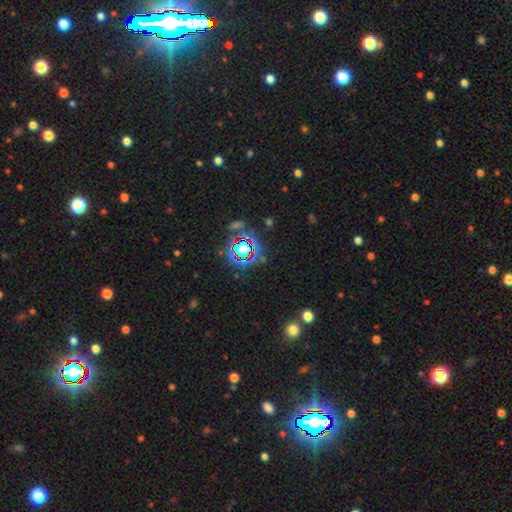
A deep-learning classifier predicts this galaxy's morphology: A star or artifact, not a galaxy (79%).